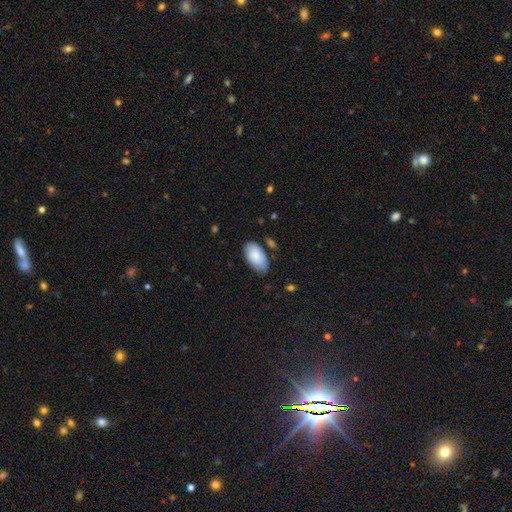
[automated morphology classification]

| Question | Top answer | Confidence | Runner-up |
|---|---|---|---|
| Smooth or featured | smooth | 86% | featured or disk (8%) |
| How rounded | in between | 96% | round (3%) |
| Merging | none | 74% | minor disturbance (19%) |